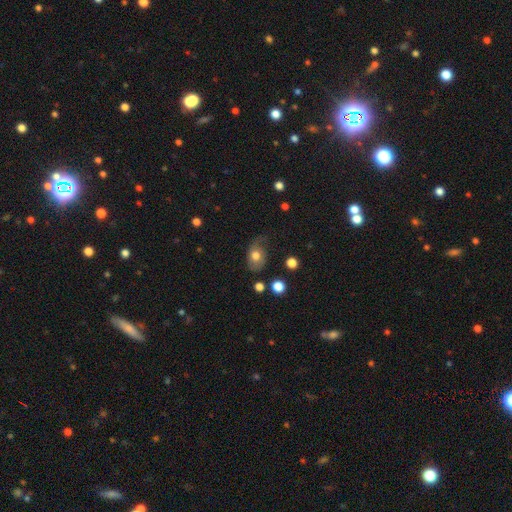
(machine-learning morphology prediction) A smooth galaxy with no disk features (65%) that is in between round and cigar-shaped (72%). Merging: none (51%).